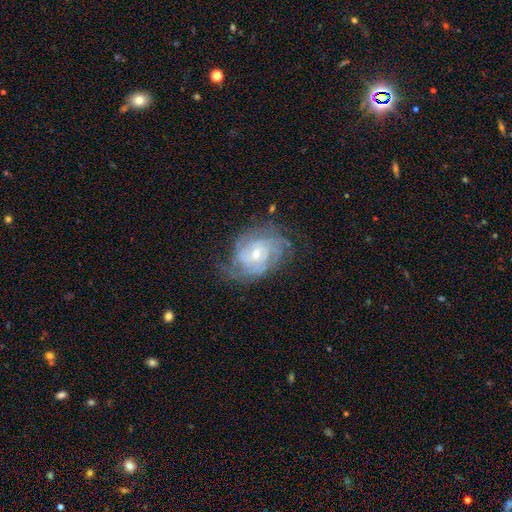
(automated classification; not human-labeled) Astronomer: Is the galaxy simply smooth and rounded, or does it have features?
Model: featured or disk — 85%.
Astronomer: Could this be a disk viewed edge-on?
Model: no — 97%.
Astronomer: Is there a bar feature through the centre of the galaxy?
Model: no — 56% (runner-up: weak, 35%).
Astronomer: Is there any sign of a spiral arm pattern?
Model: yes — 96%.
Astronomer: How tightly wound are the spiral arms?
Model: tight — 67%.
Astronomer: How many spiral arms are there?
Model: can't tell — 33% (runner-up: 3, 20%).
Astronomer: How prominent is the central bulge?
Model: small — 56% (runner-up: moderate, 40%).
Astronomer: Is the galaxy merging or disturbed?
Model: none — 71%.